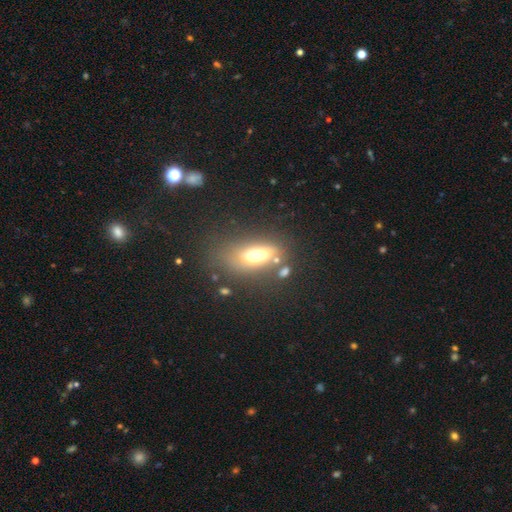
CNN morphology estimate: Q: Smooth or featured?
A: smooth (57%); runner-up: featured or disk (27%)
Q: How rounded?
A: in between (73%); runner-up: cigar-shaped (14%)
Q: Merging?
A: none (48%); runner-up: merger (25%)